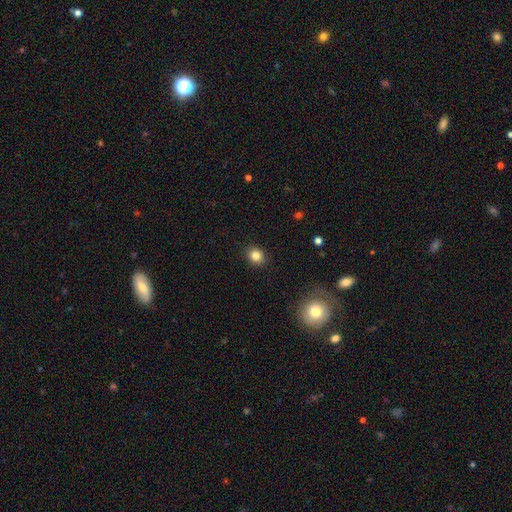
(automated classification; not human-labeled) This is clearly a smooth galaxy (83%). How rounded: likely round (70%). Merging: clearly none (90%).